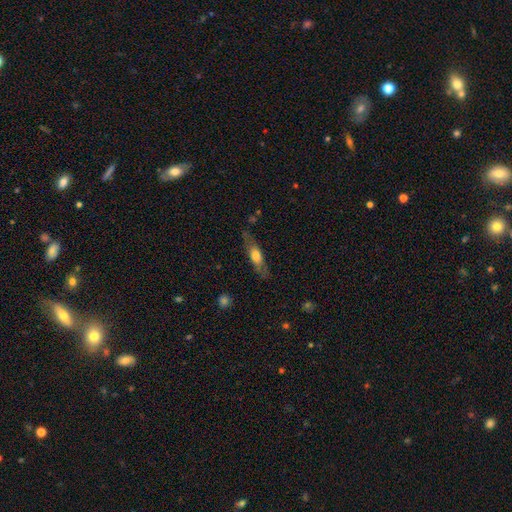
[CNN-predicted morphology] smooth-or-featured: smooth: 52% | featured or disk: 41% | star or artifact: 6%
  how-rounded: cigar-shaped: 61% | in between: 36% | round: 3%
  merging: none: 75% | minor disturbance: 17% | major disturbance: 5% | merger: 2%